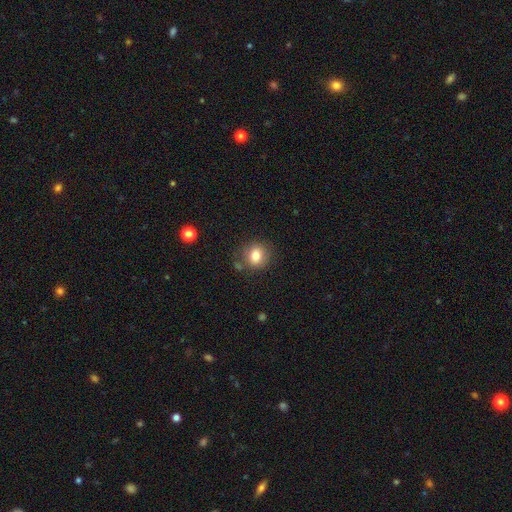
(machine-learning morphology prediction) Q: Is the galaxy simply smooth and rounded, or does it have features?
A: smooth — 80%.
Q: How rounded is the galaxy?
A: round — 76%.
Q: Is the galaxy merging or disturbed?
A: none — 78%.